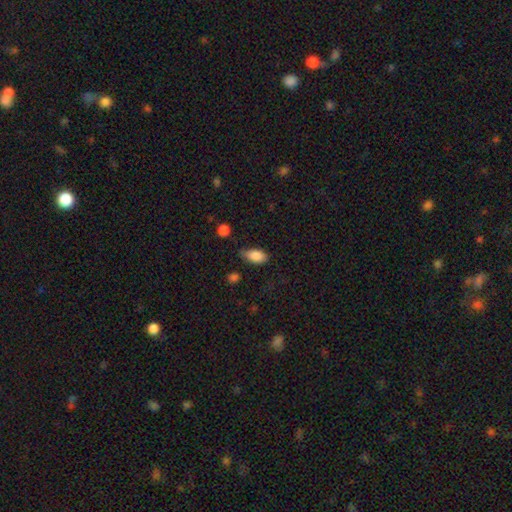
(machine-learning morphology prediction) A smooth galaxy with no disk features (87%) that is in between round and cigar-shaped (91%). Merging: none (57%).